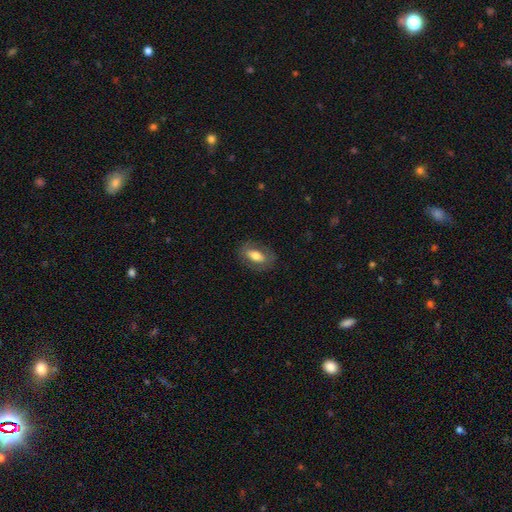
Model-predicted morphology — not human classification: A smooth galaxy with no disk features (62%) that is in between round and cigar-shaped (85%).

Vote fractions:
- Smooth or featured? smooth: 62% / featured or disk: 31% / star or artifact: 7%
- How rounded? in between: 85% / round: 8% / cigar-shaped: 7%
- Merging? none: 78% / minor disturbance: 14% / major disturbance: 6% / merger: 1%